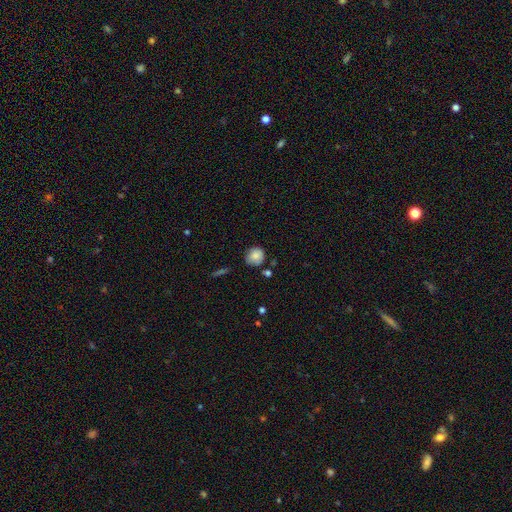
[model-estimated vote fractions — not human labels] Smooth or featured? smooth (84%)
How rounded? round (86%)
Merging? none (69%)